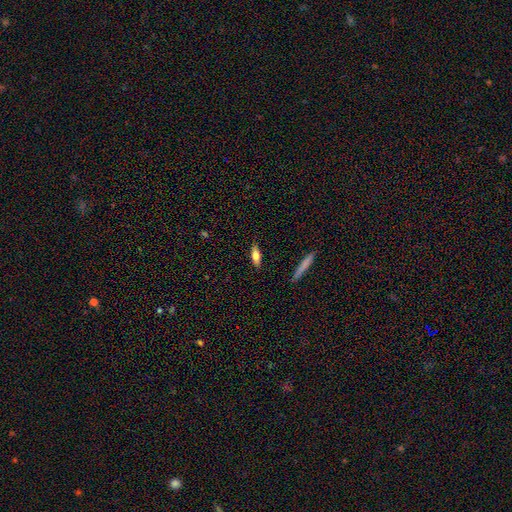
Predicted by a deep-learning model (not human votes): Q: Smooth or featured?
A: smooth (67%); runner-up: featured or disk (26%)
Q: How rounded?
A: in between (53%); runner-up: cigar-shaped (45%)
Q: Merging?
A: none (85%); runner-up: minor disturbance (11%)